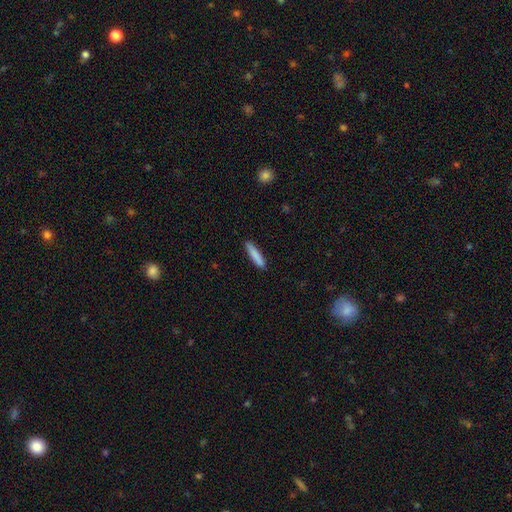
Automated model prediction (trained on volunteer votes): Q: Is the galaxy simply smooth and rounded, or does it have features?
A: smooth — 86%.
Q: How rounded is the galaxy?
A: cigar-shaped — 85%.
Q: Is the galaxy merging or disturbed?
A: none — 89%.